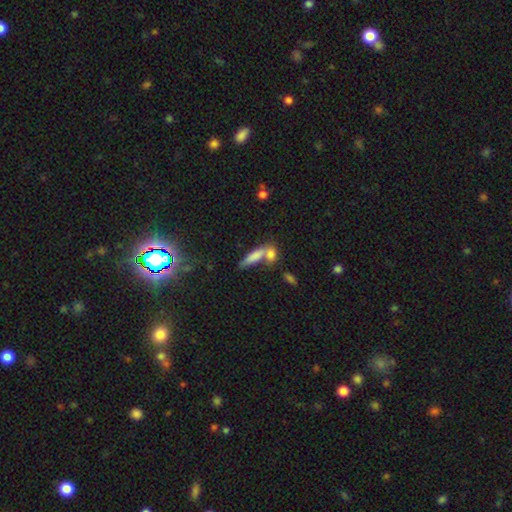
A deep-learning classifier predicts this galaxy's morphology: smooth_or_featured: smooth (p=0.74) [alt: featured or disk p=0.16]
how_rounded: cigar-shaped (p=0.57) [alt: in between p=0.39]
merging: merger (p=0.45) [alt: none p=0.38]